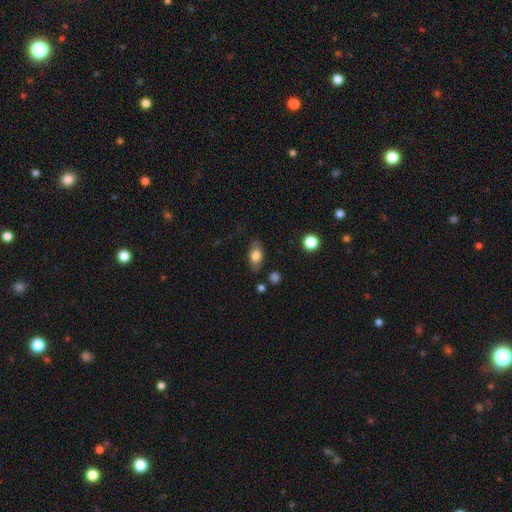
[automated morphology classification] type=smooth (73%); roundness=in between (85%); merging=none (78%).